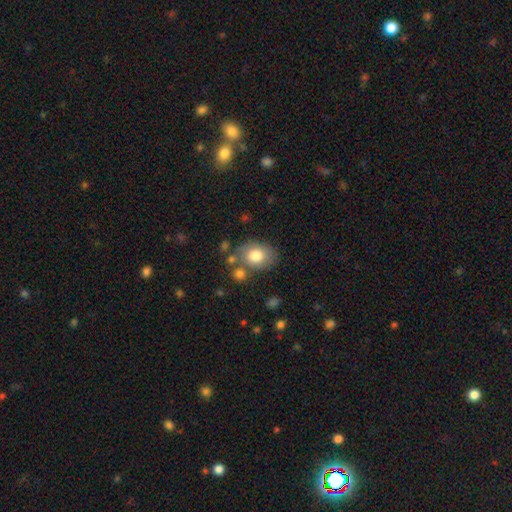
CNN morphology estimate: smooth-or-featured: smooth: 78% | featured or disk: 13% | star or artifact: 8%
  how-rounded: in between: 59% | round: 40% | cigar-shaped: 1%
  merging: none: 67% | minor disturbance: 17% | merger: 10% | major disturbance: 6%